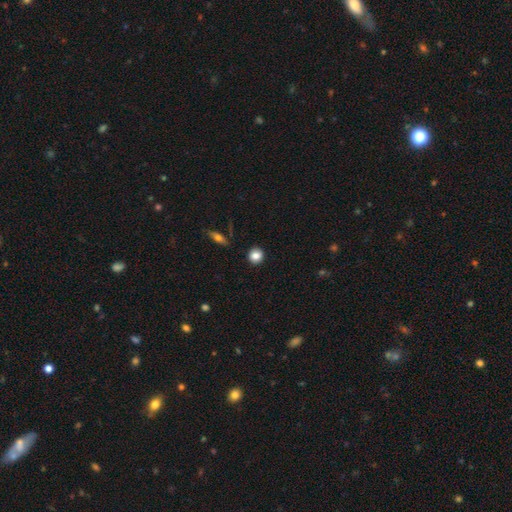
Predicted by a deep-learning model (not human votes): The model was most divided on "smooth or featured": smooth: 83%, star or artifact: 9%, featured or disk: 7%. More confident: merging — none (90%); how rounded — round (88%).